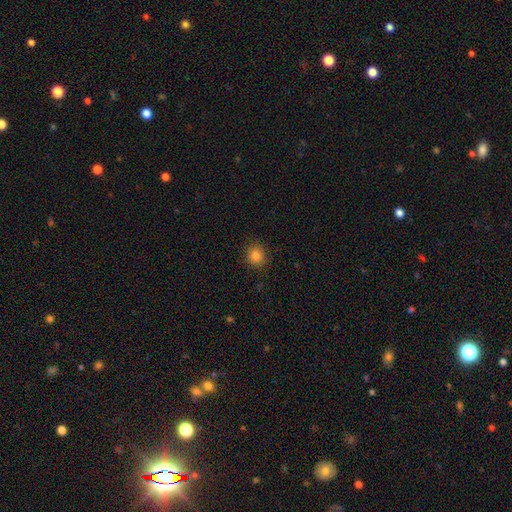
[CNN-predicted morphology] Smooth or featured? smooth (83%)
How rounded? round (89%)
Merging? none (90%)